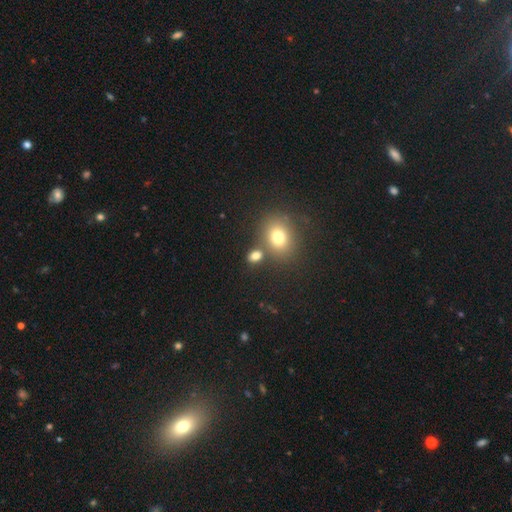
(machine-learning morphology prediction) Smooth or featured?
  - smooth: 77% *
  - star or artifact: 15%
  - featured or disk: 9%
How rounded?
  - in between: 60% *
  - round: 38%
  - cigar-shaped: 2%
Merging?
  - none: 66% *
  - merger: 19%
  - minor disturbance: 11%
  - major disturbance: 4%